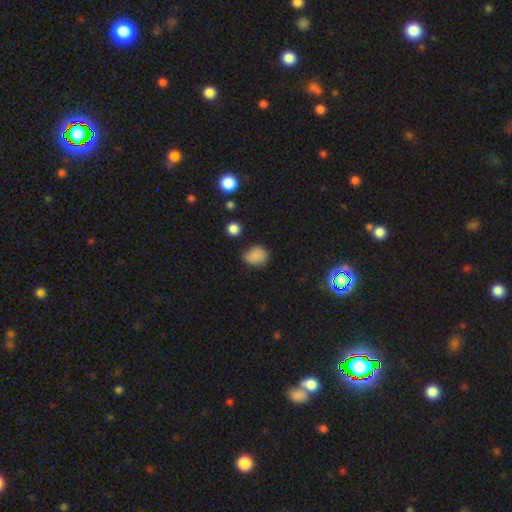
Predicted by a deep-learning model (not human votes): Smooth or featured? Predicted: smooth (p=0.80). How rounded? Predicted: round (p=0.58). Merging? Predicted: none (p=0.57).